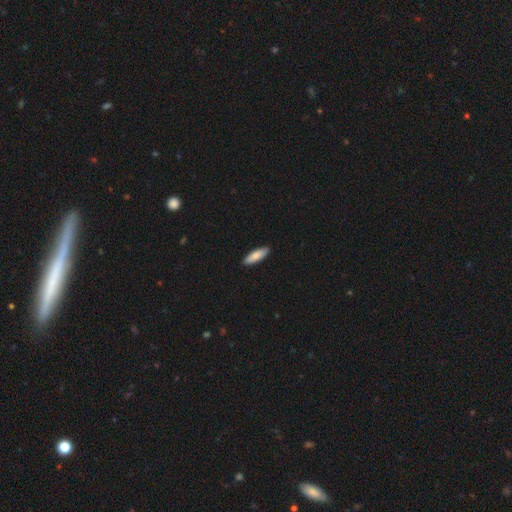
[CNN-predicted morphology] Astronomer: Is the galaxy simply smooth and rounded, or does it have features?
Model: smooth — 81%.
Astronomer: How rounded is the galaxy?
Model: cigar-shaped — 51% (runner-up: in between, 48%).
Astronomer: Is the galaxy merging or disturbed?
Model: none — 90%.